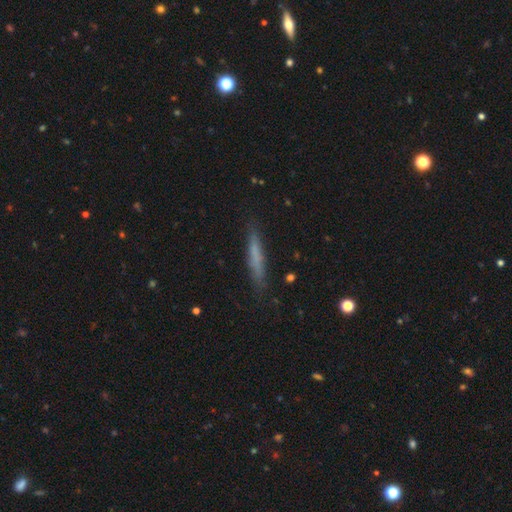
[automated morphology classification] Smooth or featured? smooth (63%)
How rounded? cigar-shaped (94%)
Merging? none (84%)